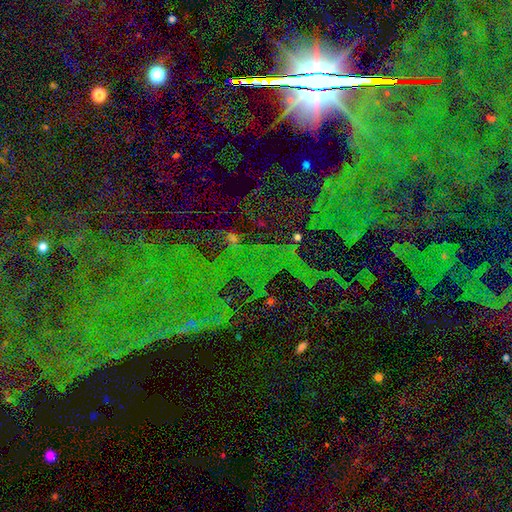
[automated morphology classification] Smooth or featured: star or artifact — 83% (featured or disk — 10%)